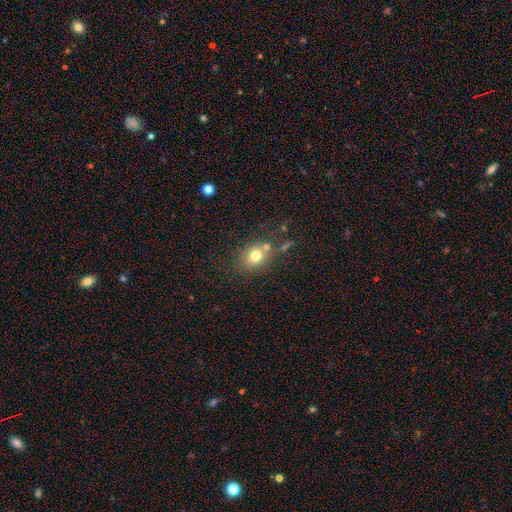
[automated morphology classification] Overall: smooth (75%). How rounded: round (66%; in between 33%). Merging: none (62%).